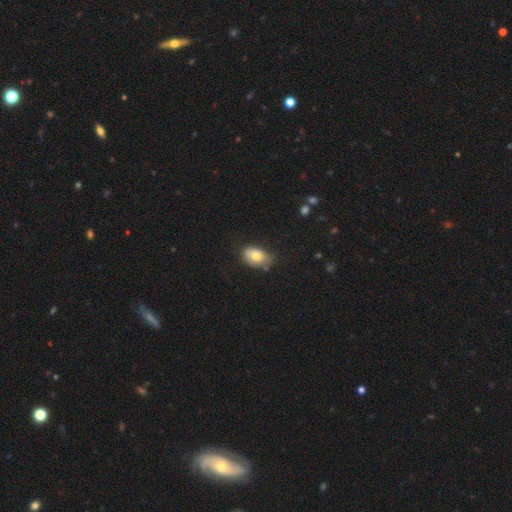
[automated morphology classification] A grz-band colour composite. It shows a smooth galaxy with no disk features (76%) that is in between round and cigar-shaped (83%). Merging: none (62%).